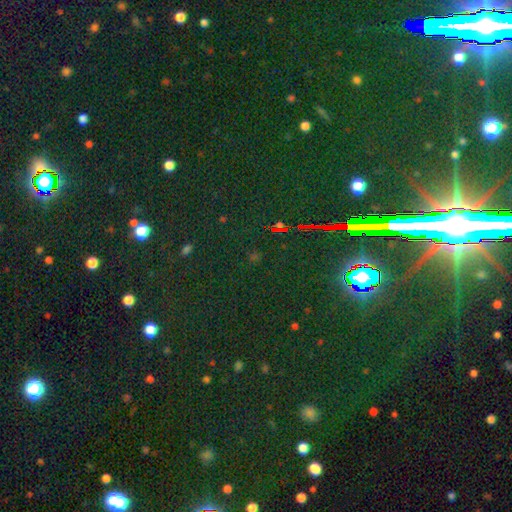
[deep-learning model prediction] A star or artifact, not a galaxy (81%).